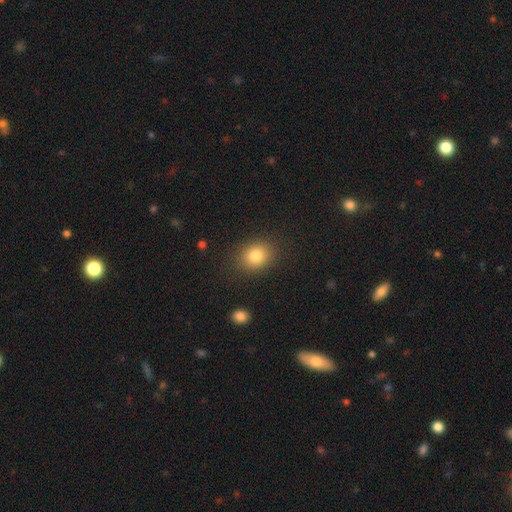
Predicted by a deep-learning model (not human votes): The model was most divided on "how rounded": round: 56%, in between: 43%, cigar-shaped: 1%. More confident: merging — none (86%); smooth or featured — smooth (82%).